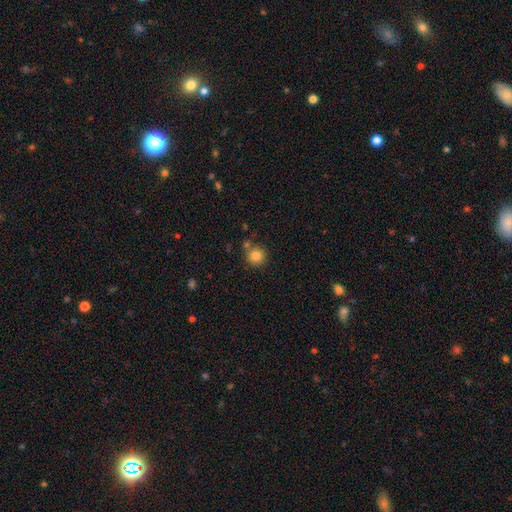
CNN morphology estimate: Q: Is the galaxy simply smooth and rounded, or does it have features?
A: smooth — 84%.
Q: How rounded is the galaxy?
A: round — 93%.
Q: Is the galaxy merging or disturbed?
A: none — 76%.